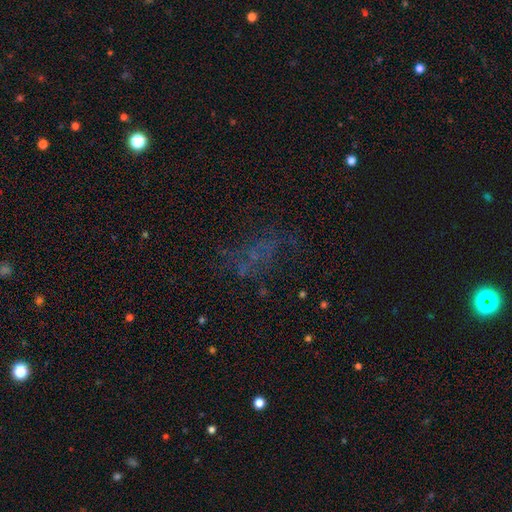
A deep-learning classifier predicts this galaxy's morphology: Smooth or featured: star or artifact — 37% (featured or disk — 32%)